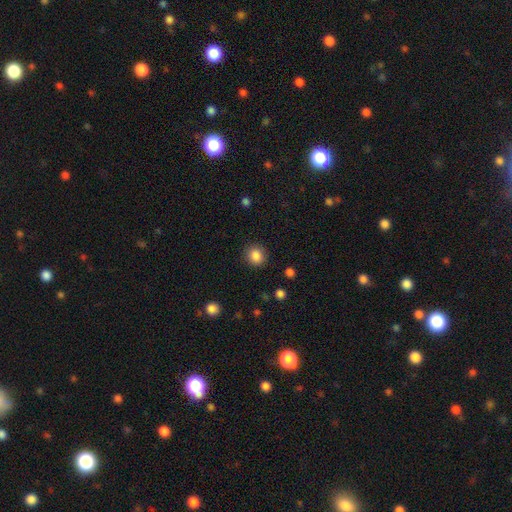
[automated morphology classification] This is clearly a smooth galaxy (86%). How rounded: clearly round (83%). Merging: clearly none (88%).